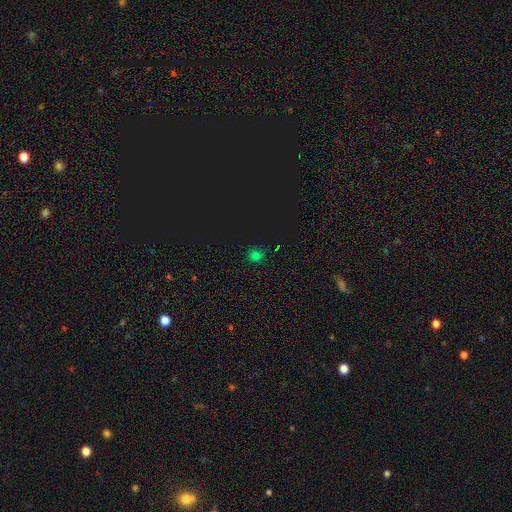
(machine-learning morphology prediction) Q: Smooth or featured?
A: smooth (68%); runner-up: star or artifact (27%)
Q: How rounded?
A: round (92%); runner-up: in between (7%)
Q: Merging?
A: none (90%); runner-up: minor disturbance (7%)